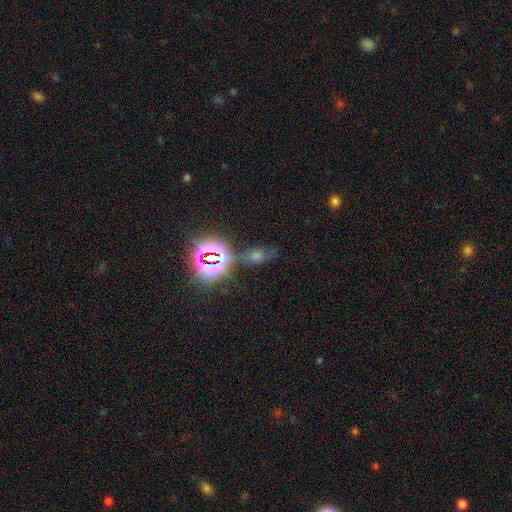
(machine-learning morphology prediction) Smooth or featured? star or artifact (55%)